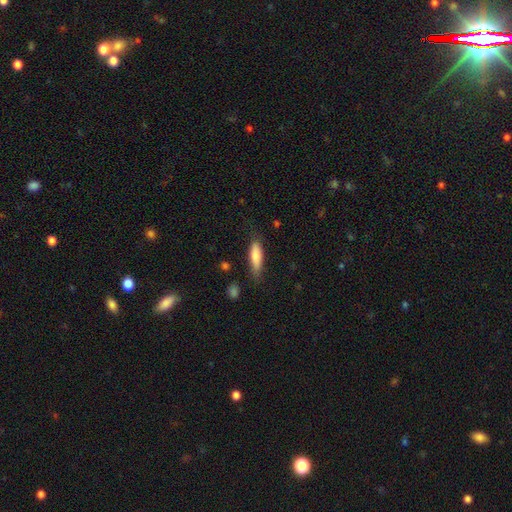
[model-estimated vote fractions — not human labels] Morphology: type=smooth (78%); roundness=cigar-shaped (55%); merging=none (72%).